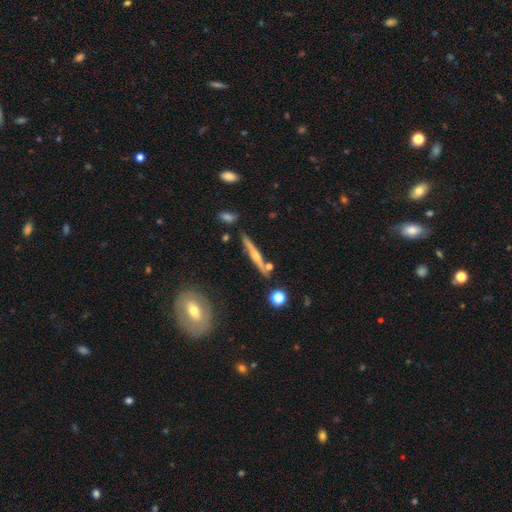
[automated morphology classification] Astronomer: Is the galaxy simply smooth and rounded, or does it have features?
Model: featured or disk — 67%.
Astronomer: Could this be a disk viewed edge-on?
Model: yes — 97%.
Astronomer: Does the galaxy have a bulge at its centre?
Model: rounded — 84%.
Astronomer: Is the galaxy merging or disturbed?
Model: none — 81%.